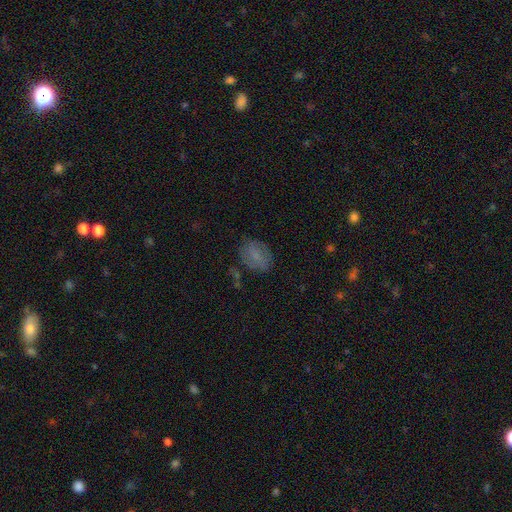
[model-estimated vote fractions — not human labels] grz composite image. It shows a smooth galaxy with no disk features (73%) that is in between round and cigar-shaped (69%). Merging: none (73%).